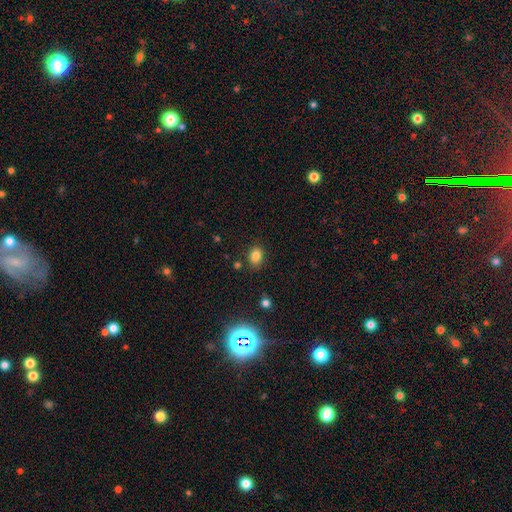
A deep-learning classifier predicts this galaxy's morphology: The model was most divided on "how rounded": in between: 65%, round: 34%, cigar-shaped: 1%. More confident: merging — none (82%); smooth or featured — smooth (82%).